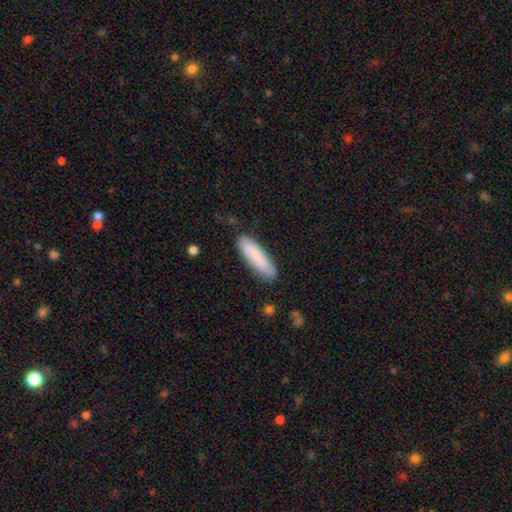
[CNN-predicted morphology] The model was most divided on "how rounded": cigar-shaped: 64%, in between: 35%, round: 1%. More confident: merging — none (81%); smooth or featured — smooth (79%).